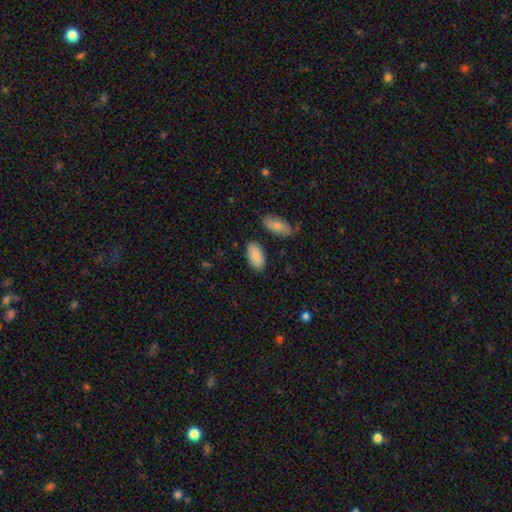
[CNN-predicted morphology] A smooth galaxy with no disk features (86%) that is in between round and cigar-shaped (94%).

Vote fractions:
- Smooth or featured? smooth: 86% / featured or disk: 7% / star or artifact: 6%
- How rounded? in between: 94% / cigar-shaped: 3% / round: 2%
- Merging? none: 82% / minor disturbance: 11% / merger: 4% / major disturbance: 3%